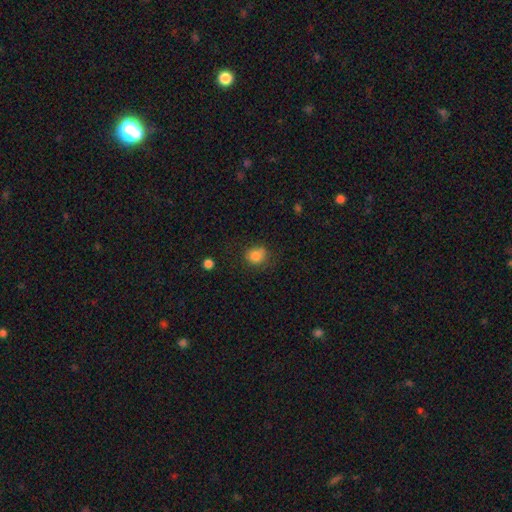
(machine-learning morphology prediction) This is clearly a smooth galaxy (82%). How rounded: likely round (72%). Merging: likely none (65%).